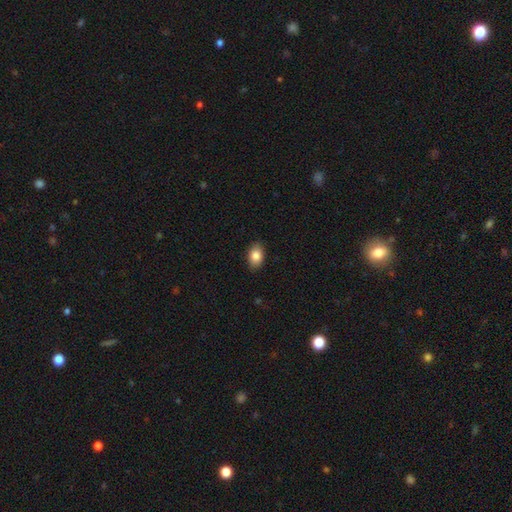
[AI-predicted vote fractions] Overall: smooth (85%). How rounded: in between (86%). Merging: none (88%).